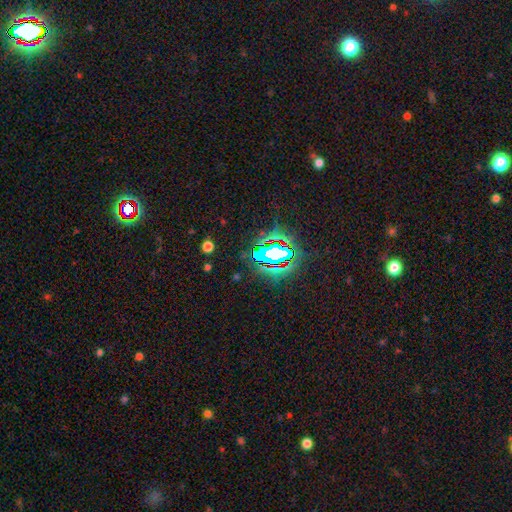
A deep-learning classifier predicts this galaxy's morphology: Smooth or featured? Predicted: star or artifact (p=0.74).